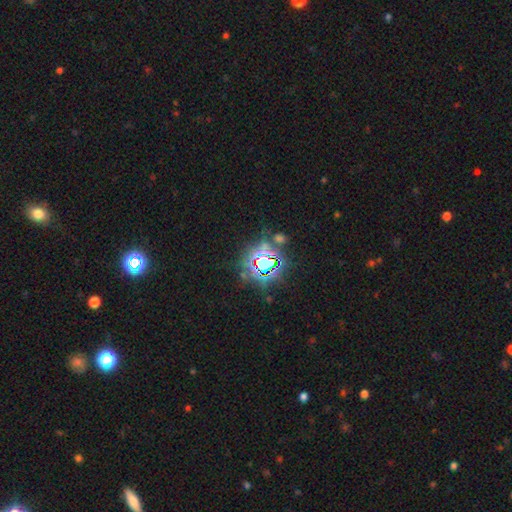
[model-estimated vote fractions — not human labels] star or artifact 80%, smooth 11%, featured or disk 9%.